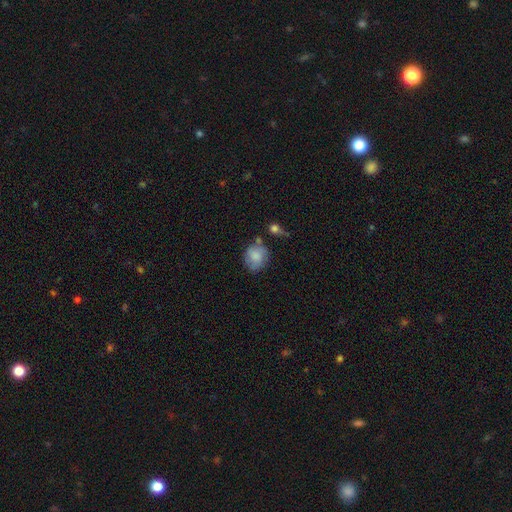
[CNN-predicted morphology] smooth_or_featured: smooth (p=0.73) [alt: featured or disk p=0.19]
how_rounded: round (p=0.70) [alt: in between p=0.29]
merging: none (p=0.57) [alt: minor disturbance p=0.25]